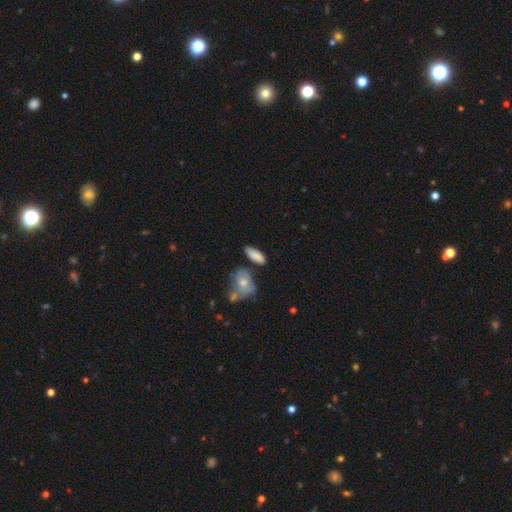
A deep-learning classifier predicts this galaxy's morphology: The model was most divided on "merging": none: 65%, minor disturbance: 20%, merger: 10%, major disturbance: 5%. More confident: smooth or featured — smooth (81%); how rounded — in between (74%).